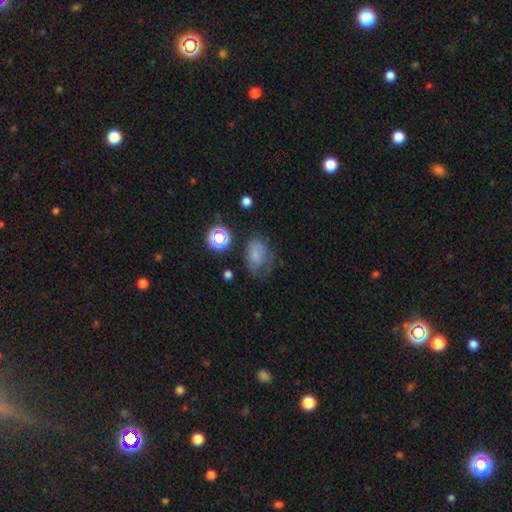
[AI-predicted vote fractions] Q: Smooth or featured?
A: smooth (52%); runner-up: featured or disk (24%)
Q: How rounded?
A: in between (76%); runner-up: round (22%)
Q: Merging?
A: none (49%); runner-up: minor disturbance (27%)